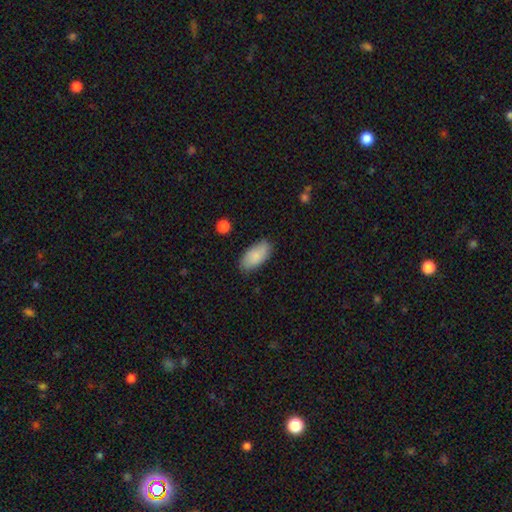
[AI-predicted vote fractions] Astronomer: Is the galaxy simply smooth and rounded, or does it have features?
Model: smooth — 84%.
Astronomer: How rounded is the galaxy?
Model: in between — 93%.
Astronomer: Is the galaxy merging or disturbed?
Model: none — 82%.